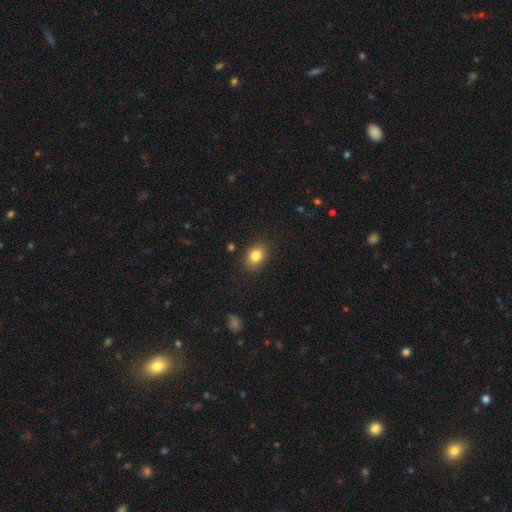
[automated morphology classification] smooth_or_featured: smooth (p=0.83) [alt: star or artifact p=0.10]
how_rounded: in between (p=0.67) [alt: round p=0.32]
merging: none (p=0.86) [alt: minor disturbance p=0.10]